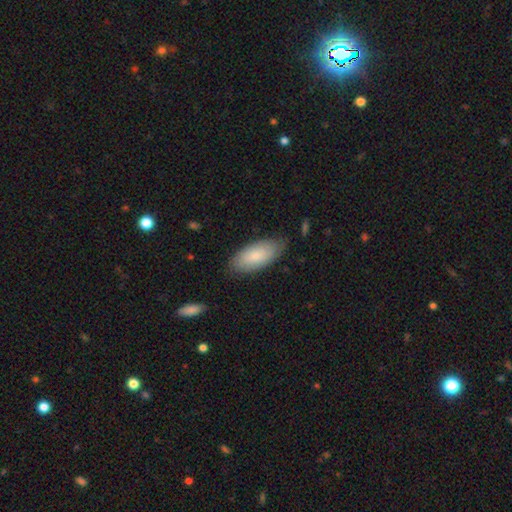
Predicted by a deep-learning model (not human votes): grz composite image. It shows a smooth galaxy with no disk features (75%) that is in between round and cigar-shaped (90%). Merging: none (78%).